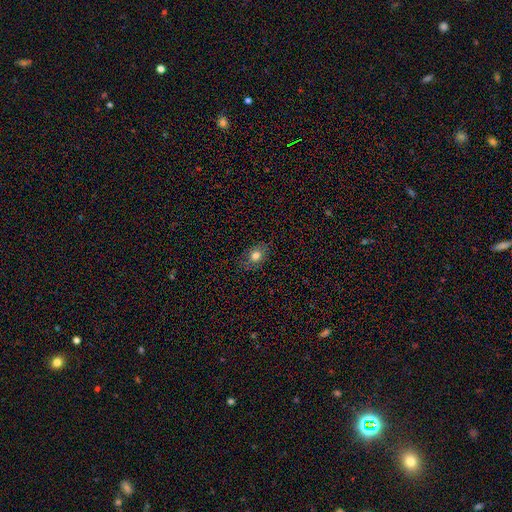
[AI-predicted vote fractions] Q: Smooth or featured?
A: smooth (77%); runner-up: featured or disk (12%)
Q: How rounded?
A: in between (62%); runner-up: round (36%)
Q: Merging?
A: none (80%); runner-up: minor disturbance (16%)